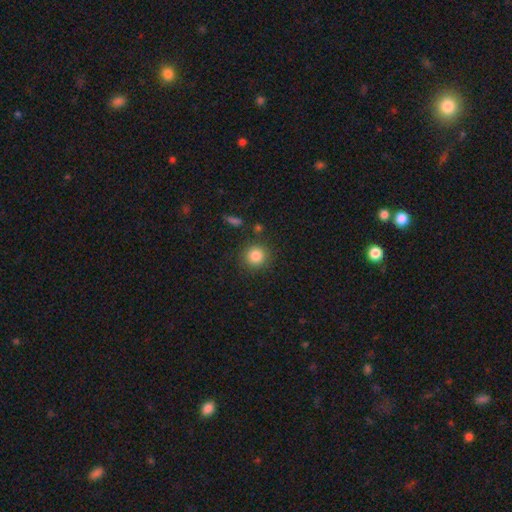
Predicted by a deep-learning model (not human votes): Morphology: type=smooth (85%); roundness=round (92%); merging=none (86%).